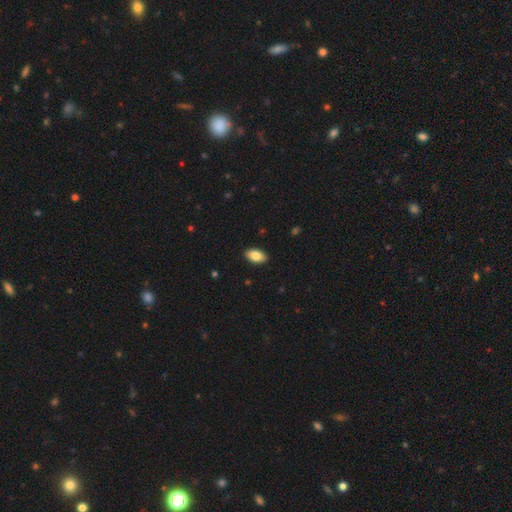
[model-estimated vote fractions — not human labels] smooth_or_featured: smooth (p=0.84) [alt: featured or disk p=0.09]
how_rounded: in between (p=0.94) [alt: round p=0.04]
merging: none (p=0.90) [alt: minor disturbance p=0.07]